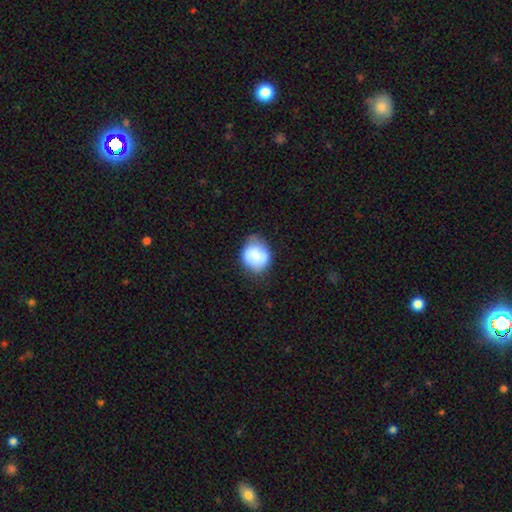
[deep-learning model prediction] Smooth or featured? smooth (79%)
How rounded? round (68%)
Merging? none (61%)